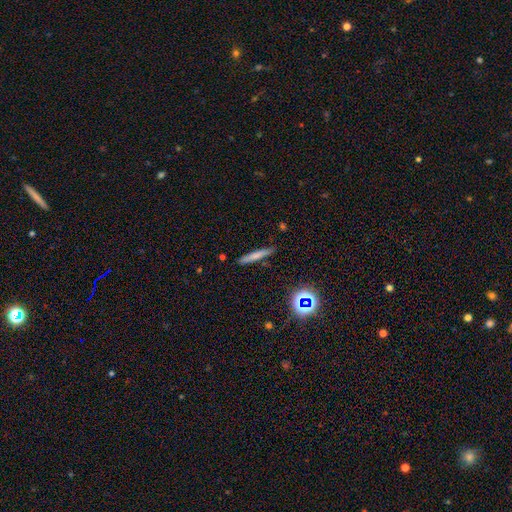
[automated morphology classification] Smooth or featured? smooth (68%)
How rounded? cigar-shaped (93%)
Merging? none (86%)